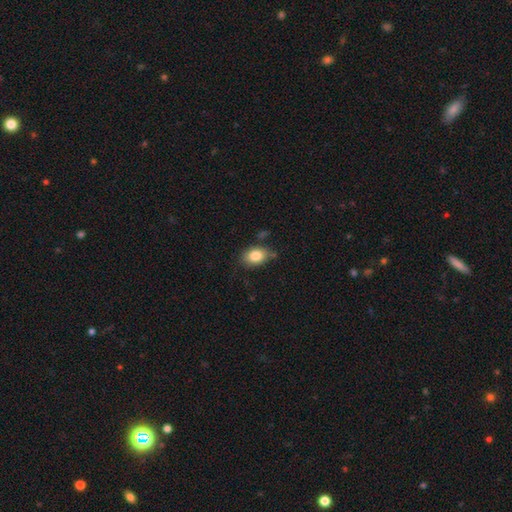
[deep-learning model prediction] Morphology: type=smooth (83%); roundness=in between (77%); merging=none (71%).